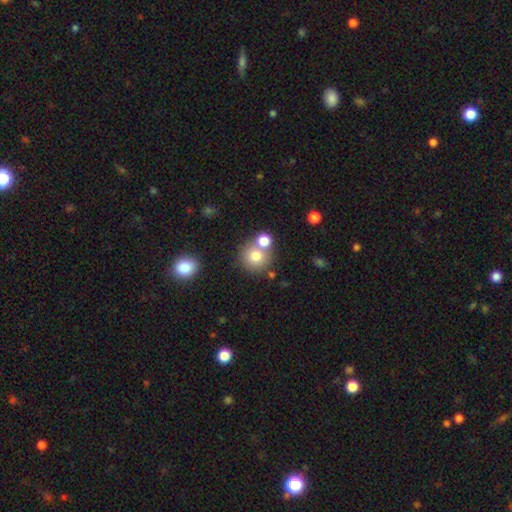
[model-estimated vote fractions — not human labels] Smooth or featured? Predicted: smooth (p=0.76). How rounded? Predicted: round (p=0.90). Merging? Predicted: none (p=0.60).